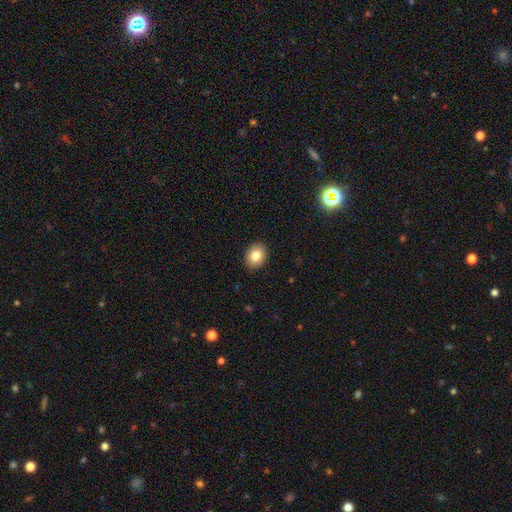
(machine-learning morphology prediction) A smooth galaxy with no disk features (82%) that is in between round and cigar-shaped (54%). Merging: none (91%).